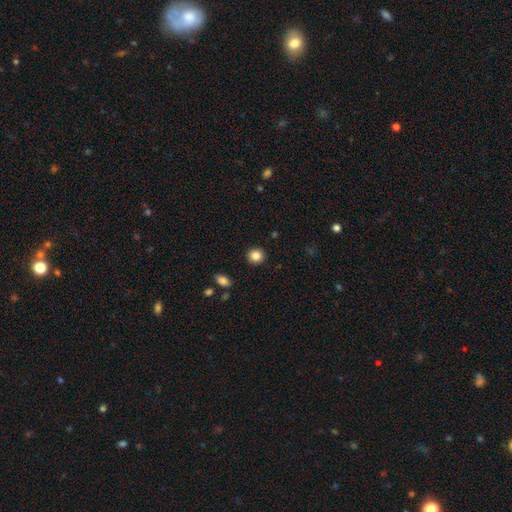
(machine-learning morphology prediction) Q: Smooth or featured?
A: smooth (85%); runner-up: star or artifact (10%)
Q: How rounded?
A: round (91%); runner-up: in between (8%)
Q: Merging?
A: none (91%); runner-up: minor disturbance (5%)